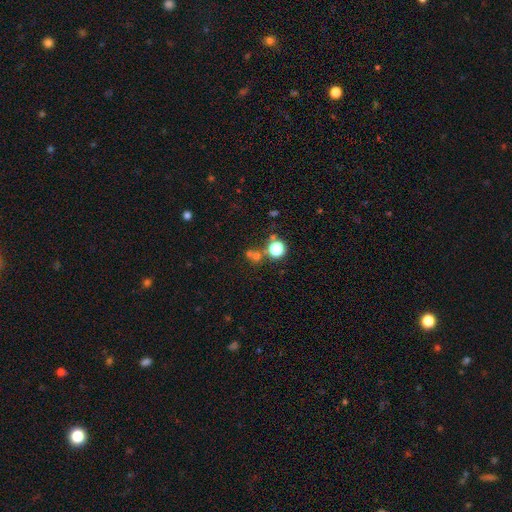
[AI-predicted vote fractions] smooth_or_featured: smooth (p=0.55) [alt: star or artifact p=0.35]
how_rounded: round (p=0.87) [alt: in between p=0.12]
merging: none (p=0.56) [alt: merger p=0.33]